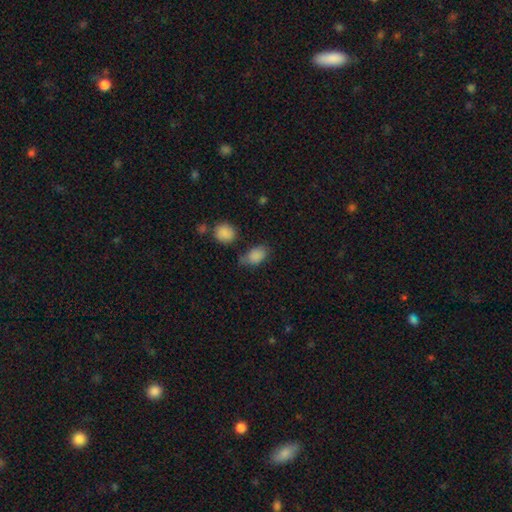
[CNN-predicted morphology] smooth_or_featured: smooth (p=0.85) [alt: star or artifact p=0.10]
how_rounded: in between (p=0.83) [alt: round p=0.15]
merging: none (p=0.54) [alt: minor disturbance p=0.27]